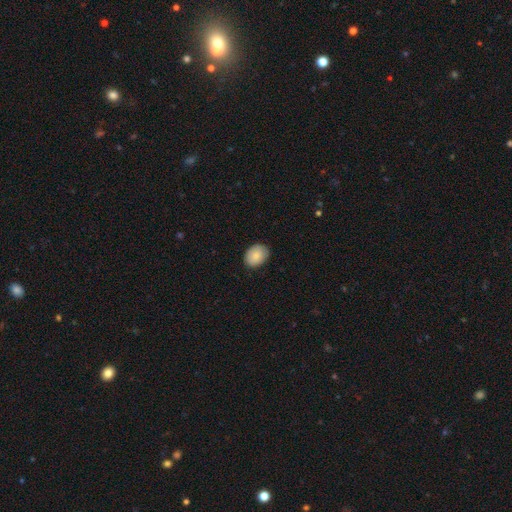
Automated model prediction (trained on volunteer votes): This appears to be a smooth galaxy with no disk features (85%) that is in between round and cigar-shaped (64%). Merging: none (85%).